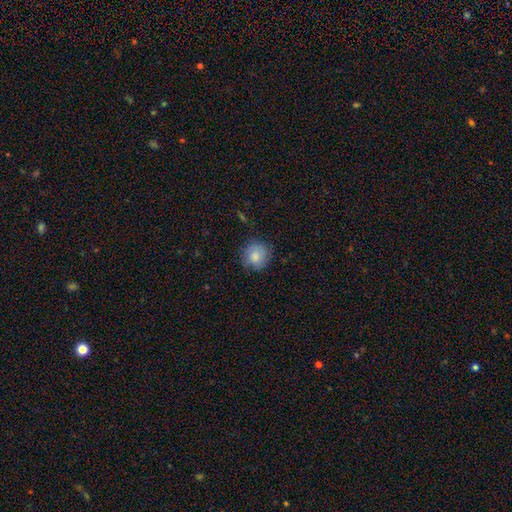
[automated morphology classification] Smooth or featured?
  - smooth: 83% *
  - featured or disk: 9%
  - star or artifact: 8%
How rounded?
  - round: 89% *
  - in between: 10%
  - cigar-shaped: 1%
Merging?
  - none: 78% *
  - minor disturbance: 17%
  - major disturbance: 4%
  - merger: 1%